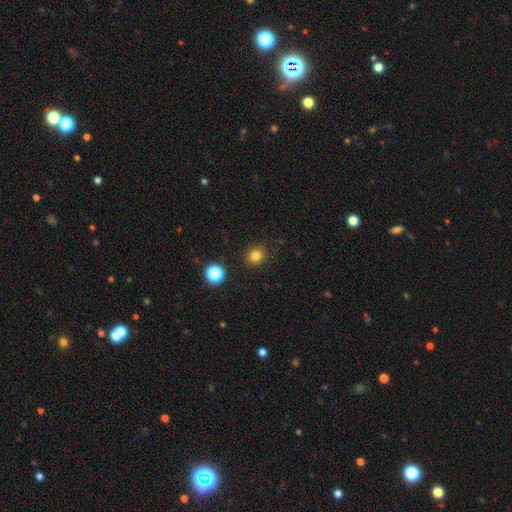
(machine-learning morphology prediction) Overall: smooth (81%). How rounded: round (86%). Merging: none (90%).